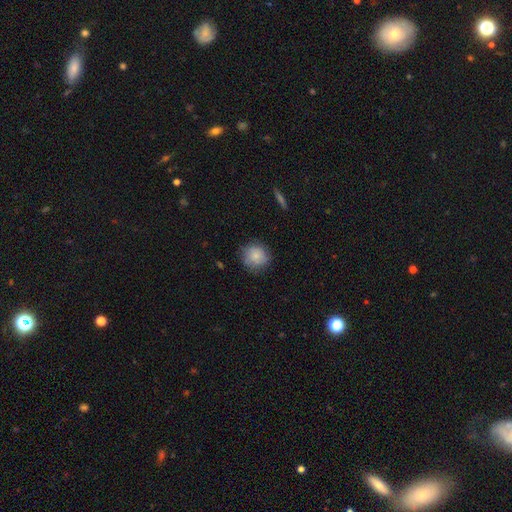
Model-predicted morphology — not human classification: Smooth or featured?
  - smooth: 82% *
  - featured or disk: 11%
  - star or artifact: 7%
How rounded?
  - round: 87% *
  - in between: 12%
  - cigar-shaped: 1%
Merging?
  - none: 79% *
  - minor disturbance: 16%
  - major disturbance: 4%
  - merger: 1%